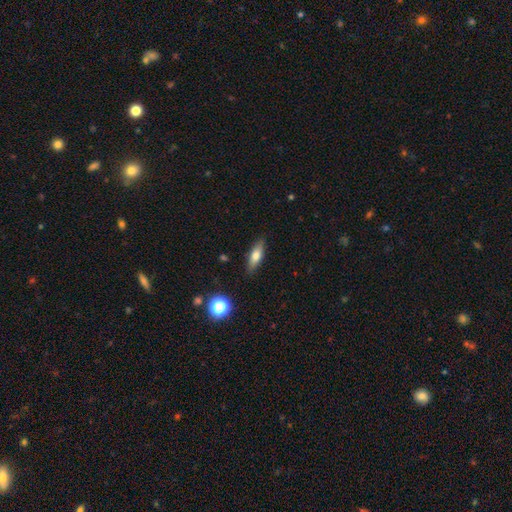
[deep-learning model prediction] This is likely a smooth galaxy (70%). How rounded: possibly in between (57%). Merging: clearly none (85%).